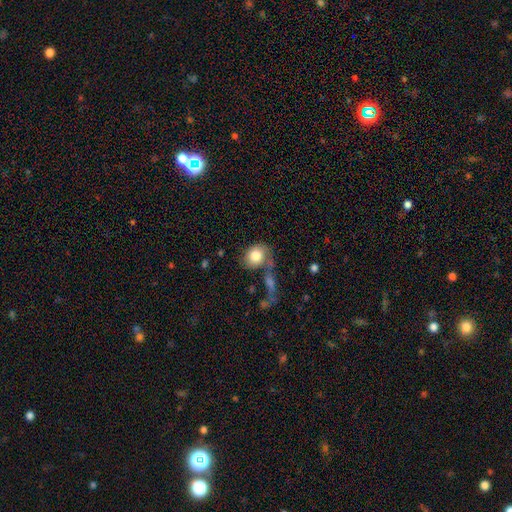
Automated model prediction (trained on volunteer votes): smooth-or-featured: smooth: 81% | featured or disk: 12% | star or artifact: 8%
  how-rounded: round: 61% | in between: 38% | cigar-shaped: 1%
  merging: none: 50% | minor disturbance: 18% | merger: 18% | major disturbance: 14%